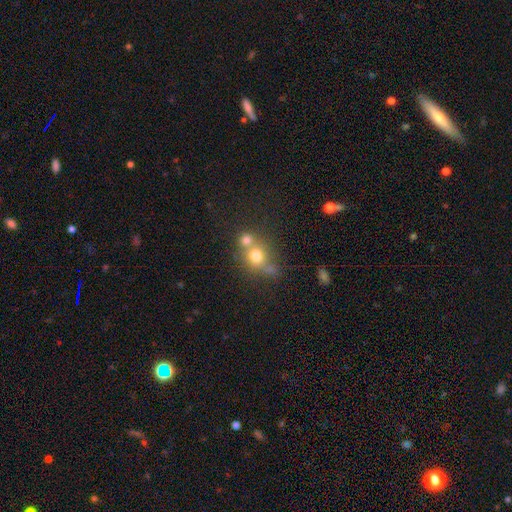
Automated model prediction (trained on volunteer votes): A smooth galaxy with no disk features (70%) that is round (80%).

Vote fractions:
- Smooth or featured? smooth: 70% / featured or disk: 15% / star or artifact: 15%
- How rounded? round: 80% / in between: 18% / cigar-shaped: 1%
- Merging? merger: 46% / none: 41% / minor disturbance: 8% / major disturbance: 4%